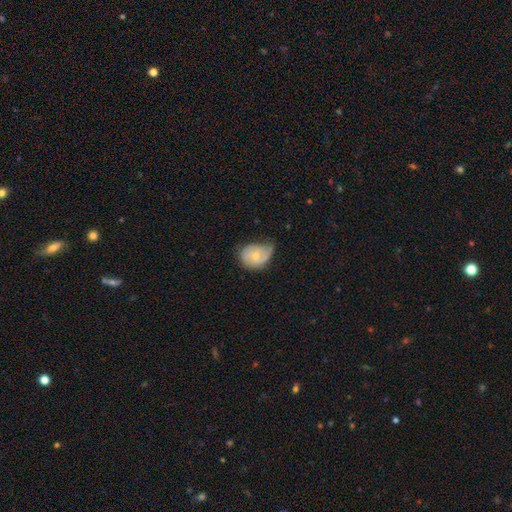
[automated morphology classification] Smooth or featured? Predicted: featured or disk (p=0.54). Edge-on disk? Predicted: no (p=0.97). Bar? Predicted: no (p=0.75). Spiral arms? Predicted: yes (p=0.78). Bulge size? Predicted: small (p=0.57). Merging? Predicted: minor disturbance (p=0.42).